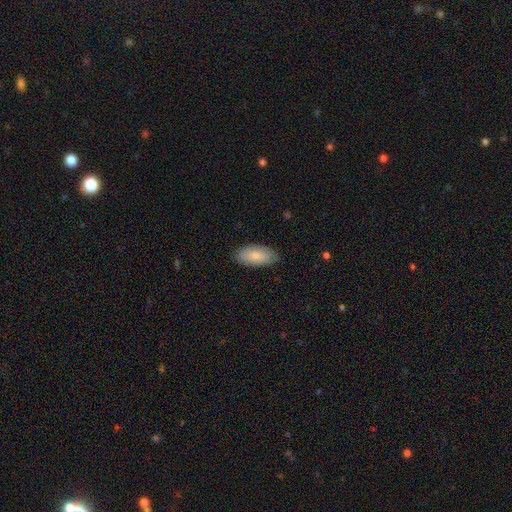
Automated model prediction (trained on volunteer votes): Overall: smooth (82%). How rounded: in between (92%). Merging: none (84%).